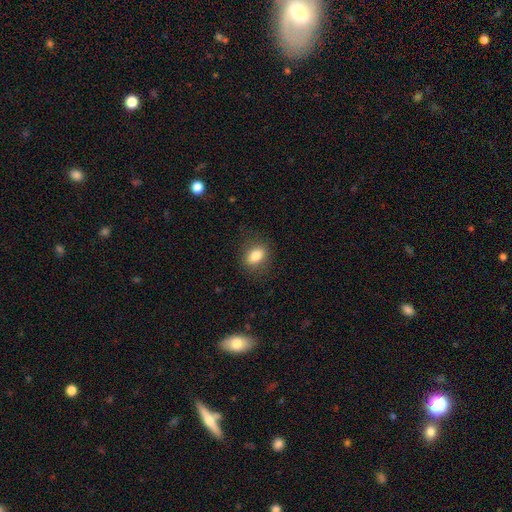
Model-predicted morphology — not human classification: smooth-or-featured: smooth: 82% | star or artifact: 9% | featured or disk: 9%
  how-rounded: in between: 75% | round: 23% | cigar-shaped: 2%
  merging: none: 82% | minor disturbance: 13% | major disturbance: 4% | merger: 1%